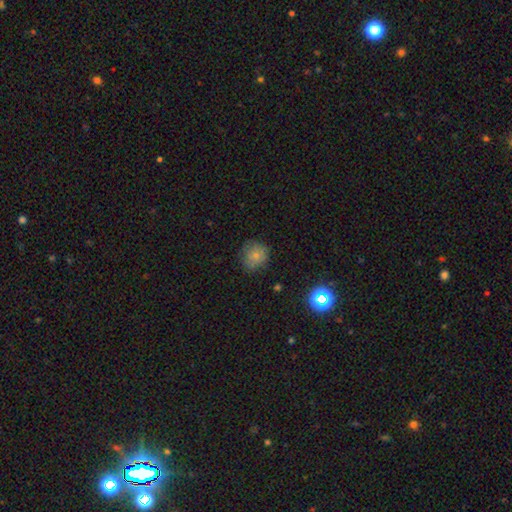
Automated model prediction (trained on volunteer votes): smooth-or-featured: smooth: 75% | star or artifact: 13% | featured or disk: 12%
  how-rounded: round: 84% | in between: 15% | cigar-shaped: 1%
  merging: none: 73% | minor disturbance: 20% | major disturbance: 6% | merger: 1%